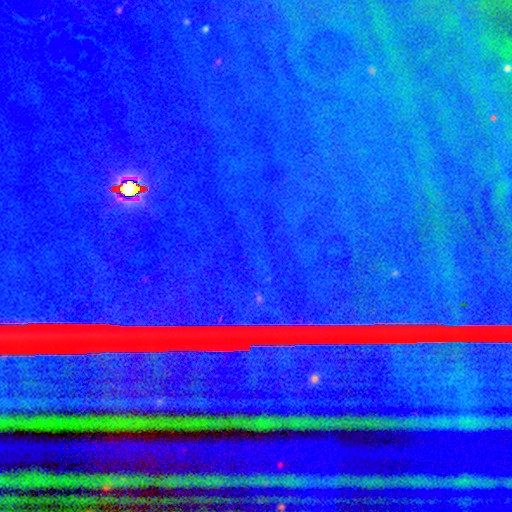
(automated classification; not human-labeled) smooth-or-featured: star or artifact: 87% | featured or disk: 7% | smooth: 6%